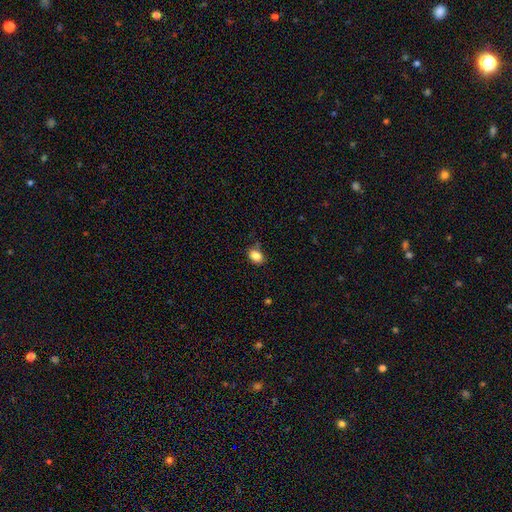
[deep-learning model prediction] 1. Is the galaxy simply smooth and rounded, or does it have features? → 85% smooth, 10% star or artifact, 5% featured or disk.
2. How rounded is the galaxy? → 74% in between, 25% round, 1% cigar-shaped.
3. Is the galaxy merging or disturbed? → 73% none, 20% minor disturbance, 4% major disturbance, 3% merger.